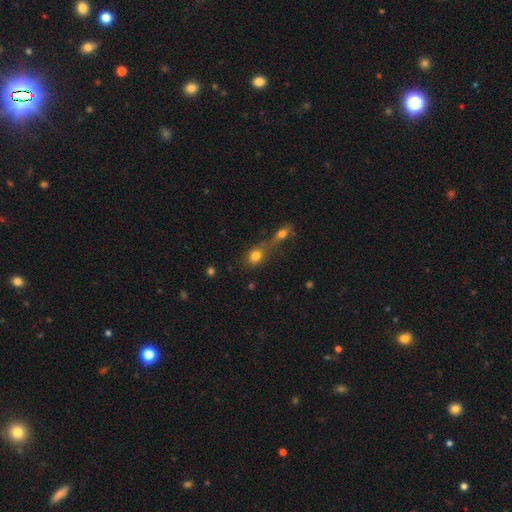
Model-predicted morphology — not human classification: Smooth or featured: smooth — 79% (star or artifact — 11%)
How rounded: in between — 53% (round — 44%)
Merging: merger — 53% (none — 32%)